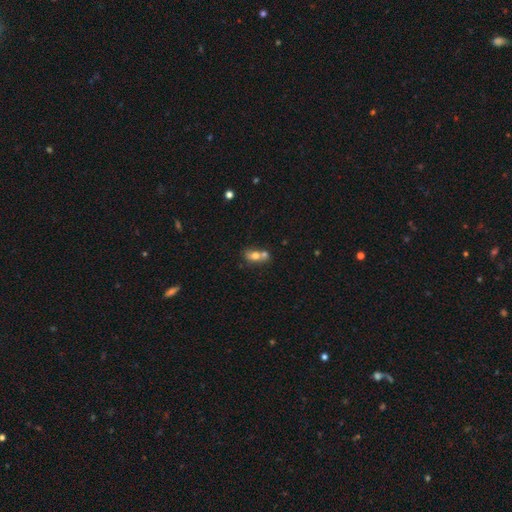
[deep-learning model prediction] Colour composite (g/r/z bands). It shows a smooth galaxy with no disk features (72%) that is in between round and cigar-shaped (70%). Merging: merger (57%).